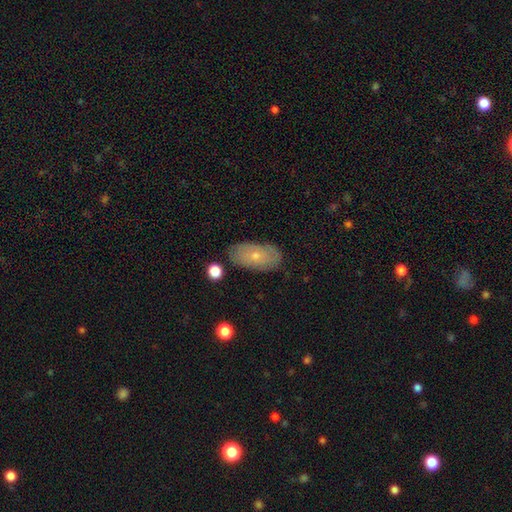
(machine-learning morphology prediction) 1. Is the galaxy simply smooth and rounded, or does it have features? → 53% smooth, 39% featured or disk, 8% star or artifact.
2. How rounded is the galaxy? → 91% in between, 5% round, 4% cigar-shaped.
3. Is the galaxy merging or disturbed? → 79% none, 16% minor disturbance, 4% major disturbance, 2% merger.